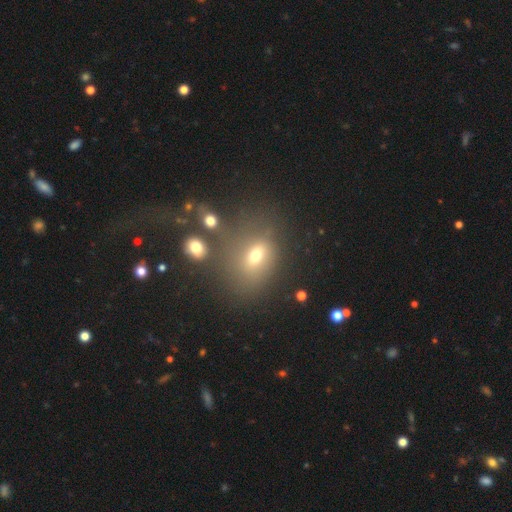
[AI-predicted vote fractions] The model was most divided on "how rounded": in between: 63%, round: 35%, cigar-shaped: 2%. More confident: smooth or featured — smooth (64%); merging — none (57%).